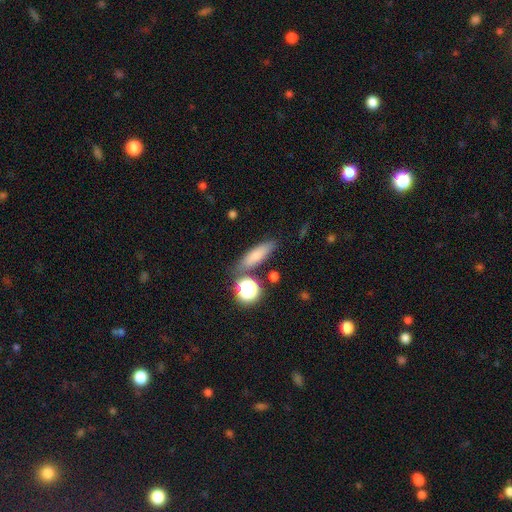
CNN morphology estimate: Smooth or featured? smooth (73%)
How rounded? cigar-shaped (52%)
Merging? none (74%)